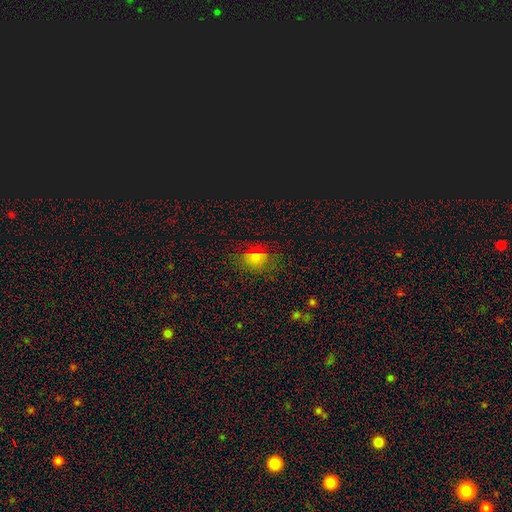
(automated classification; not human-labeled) Morphology: type=smooth (58%); roundness=in between (52%); merging=none (76%).